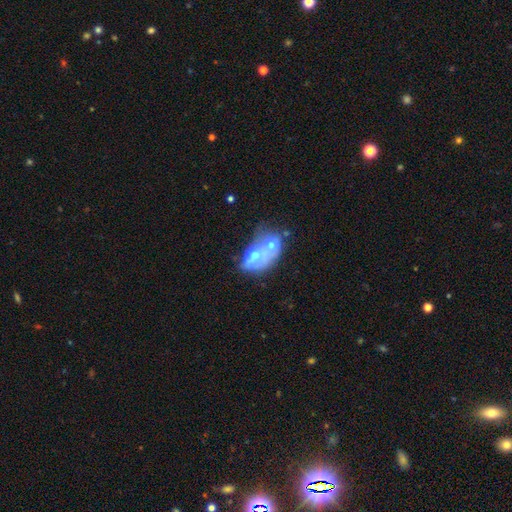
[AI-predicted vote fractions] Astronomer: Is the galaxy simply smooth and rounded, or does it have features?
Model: smooth — 57% (runner-up: featured or disk, 35%).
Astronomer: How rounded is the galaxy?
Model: in between — 76%.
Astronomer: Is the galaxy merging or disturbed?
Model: merger — 74%.